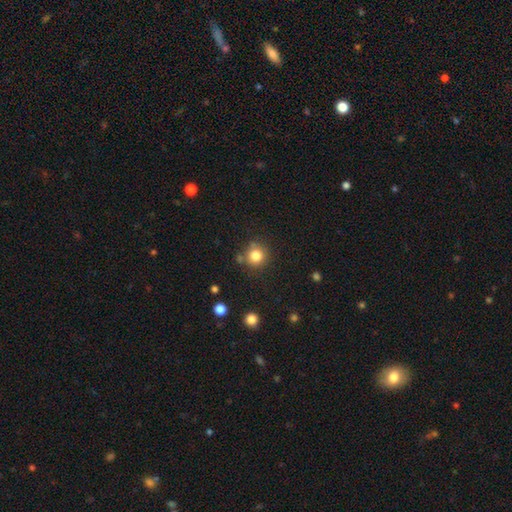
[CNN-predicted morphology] Smooth or featured? smooth (82%)
How rounded? round (92%)
Merging? none (78%)